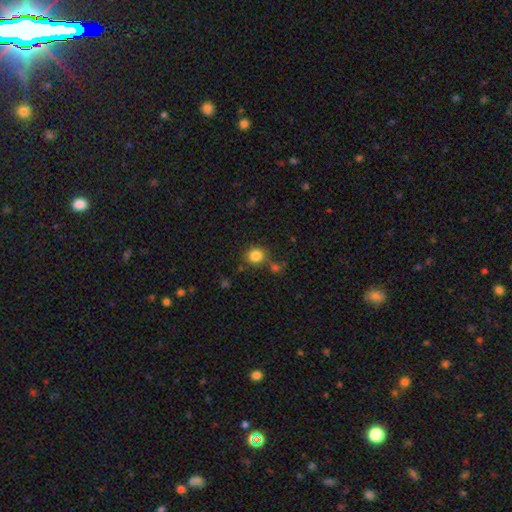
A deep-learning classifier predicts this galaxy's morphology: type=smooth (83%); roundness=round (85%); merging=none (73%).